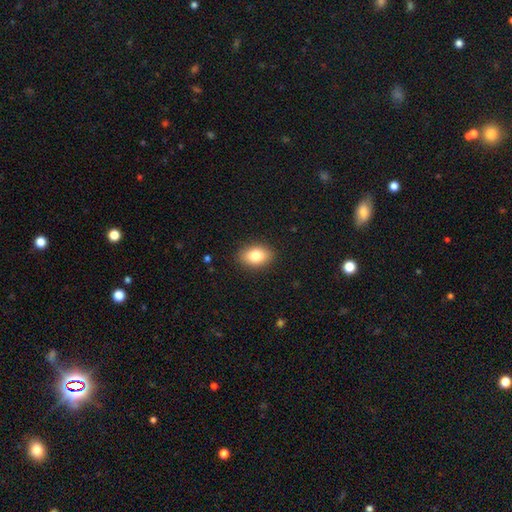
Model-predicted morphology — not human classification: Overall: smooth (82%). How rounded: in between (80%). Merging: none (88%).